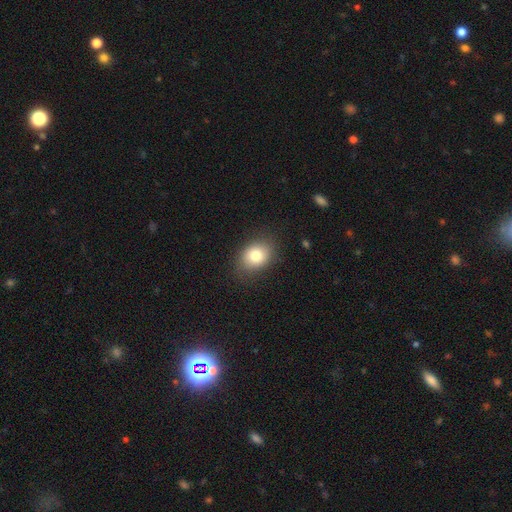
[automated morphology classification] A smooth galaxy with no disk features (80%) that is in between round and cigar-shaped (60%). Merging: none (82%).